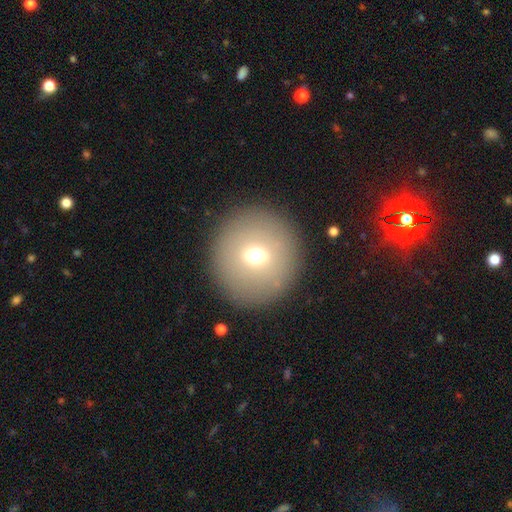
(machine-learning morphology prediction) Smooth or featured? Predicted: smooth (p=0.63). How rounded? Predicted: round (p=0.94). Merging? Predicted: none (p=0.90).